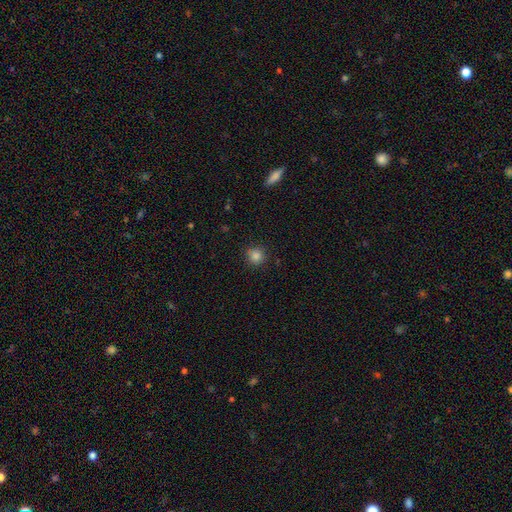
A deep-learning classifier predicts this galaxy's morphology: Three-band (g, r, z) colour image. It shows a smooth galaxy with no disk features (84%) that is round (93%). Merging: none (89%).